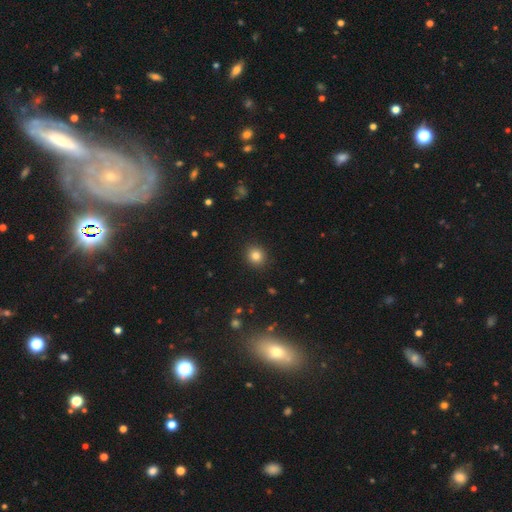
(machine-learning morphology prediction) A smooth galaxy with no disk features (83%) that is round (82%). Merging: none (91%).